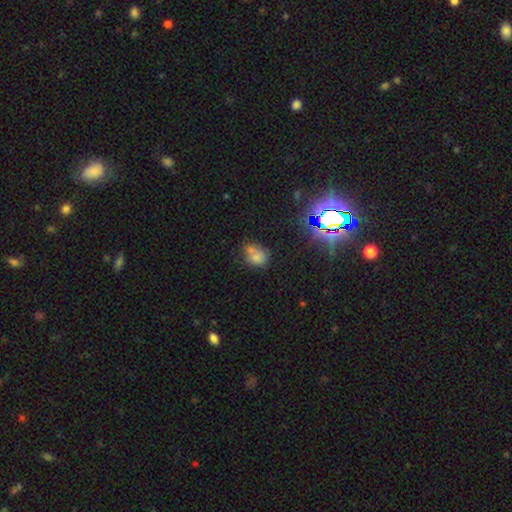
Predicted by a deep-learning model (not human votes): Smooth or featured? Predicted: smooth (p=0.68). How rounded? Predicted: round (p=0.52). Merging? Predicted: merger (p=0.40).